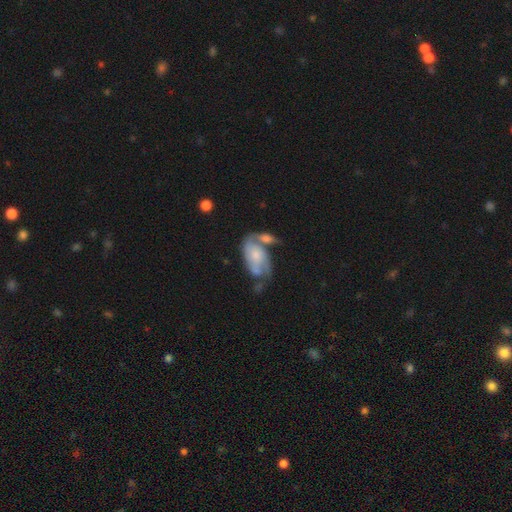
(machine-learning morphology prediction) type=featured or disk (59%); edge-on=no (95%); bar=no (74%); spiral arms=yes (73%); bulge=small (52%); merging=merger (40%).